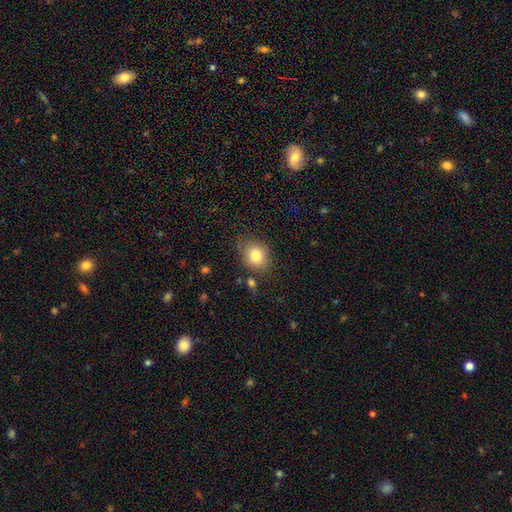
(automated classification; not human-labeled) Smooth or featured? Predicted: smooth (p=0.81). How rounded? Predicted: round (p=0.66). Merging? Predicted: none (p=0.73).